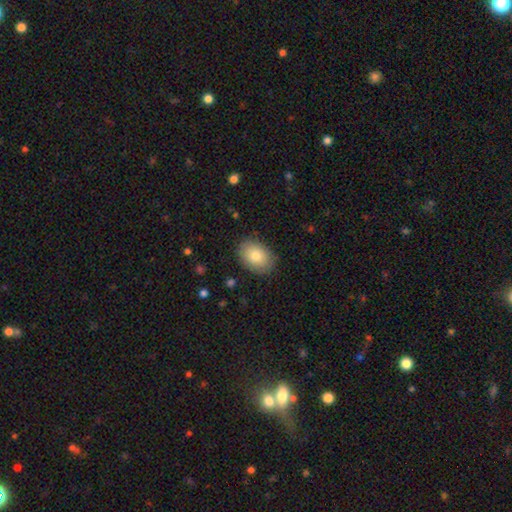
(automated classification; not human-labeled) smooth_or_featured: smooth (p=0.79) [alt: featured or disk p=0.13]
how_rounded: in between (p=0.78) [alt: round p=0.21]
merging: none (p=0.86) [alt: minor disturbance p=0.11]